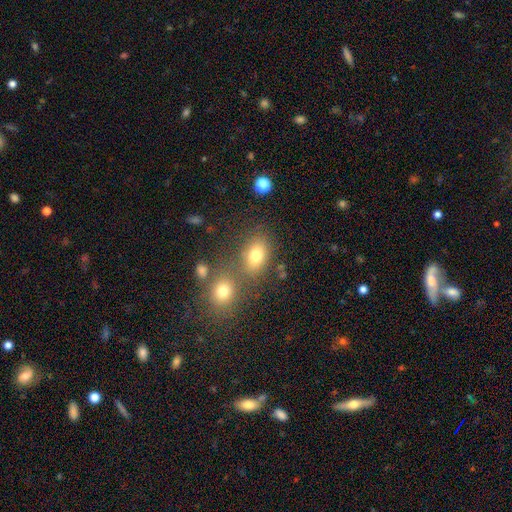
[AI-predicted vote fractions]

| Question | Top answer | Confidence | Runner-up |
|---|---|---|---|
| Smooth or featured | smooth | 76% | star or artifact (13%) |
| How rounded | in between | 74% | round (24%) |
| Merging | none | 60% | merger (23%) |